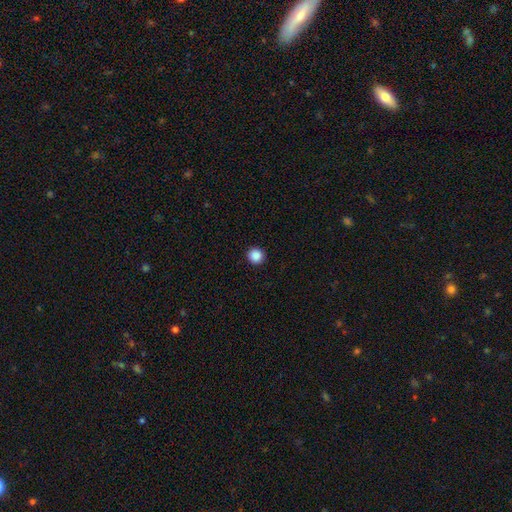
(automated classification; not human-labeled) This is clearly a smooth galaxy (89%). How rounded: clearly round (94%). Merging: clearly none (93%).